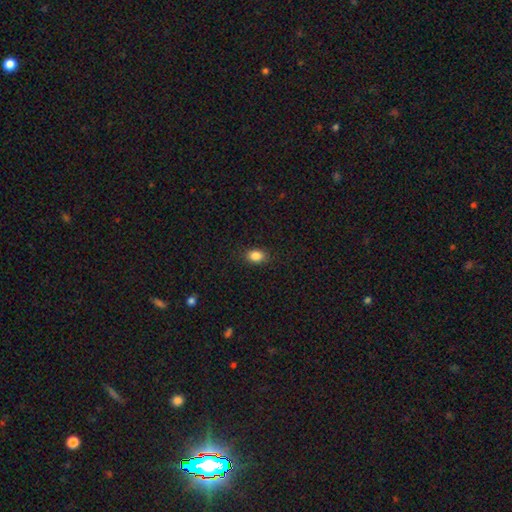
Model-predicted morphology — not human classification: smooth 86%, star or artifact 10%, featured or disk 5%. Down the decision tree: how rounded — in between (73%); merging — none (88%).